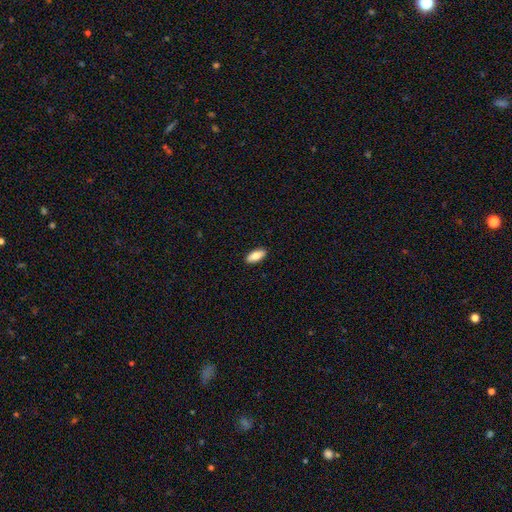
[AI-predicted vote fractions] The model was most divided on "smooth or featured": smooth: 81%, featured or disk: 13%, star or artifact: 6%. More confident: merging — none (90%); how rounded — in between (83%).